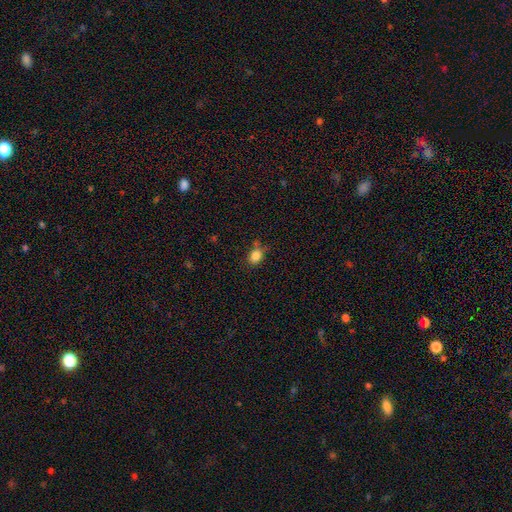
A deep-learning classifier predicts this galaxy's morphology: This is clearly a smooth galaxy (84%). How rounded: possibly in between (57%). Merging: likely none (67%).